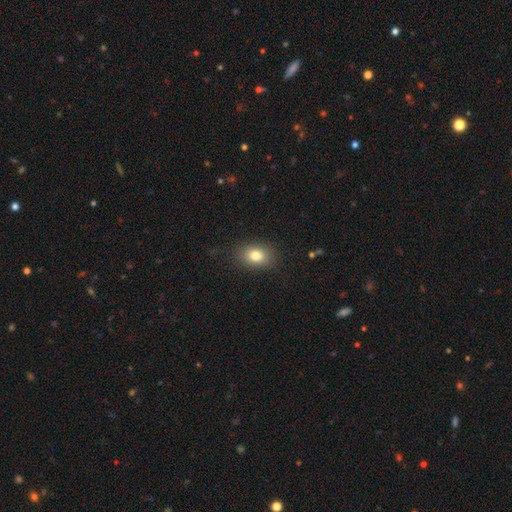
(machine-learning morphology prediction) Overall: smooth (81%). How rounded: in between (70%). Merging: none (85%).